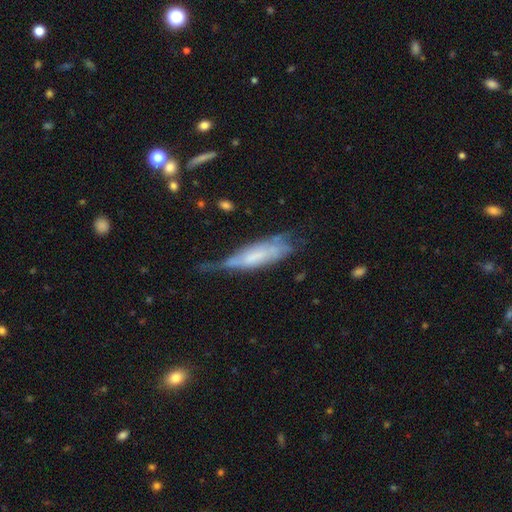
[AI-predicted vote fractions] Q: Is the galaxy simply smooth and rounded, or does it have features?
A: featured or disk — 48%.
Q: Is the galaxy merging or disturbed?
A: minor disturbance — 37%.